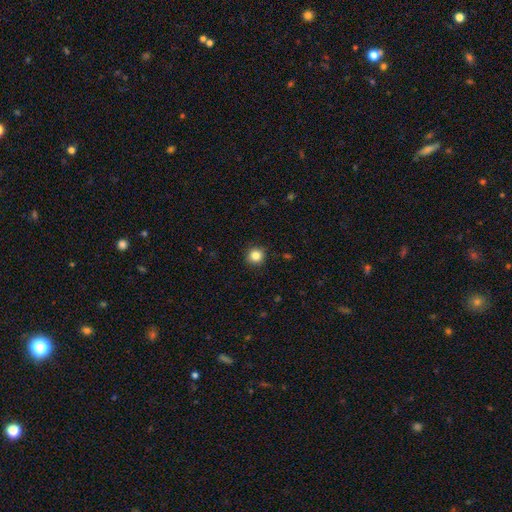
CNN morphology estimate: type=smooth (84%); roundness=round (94%); merging=none (91%).